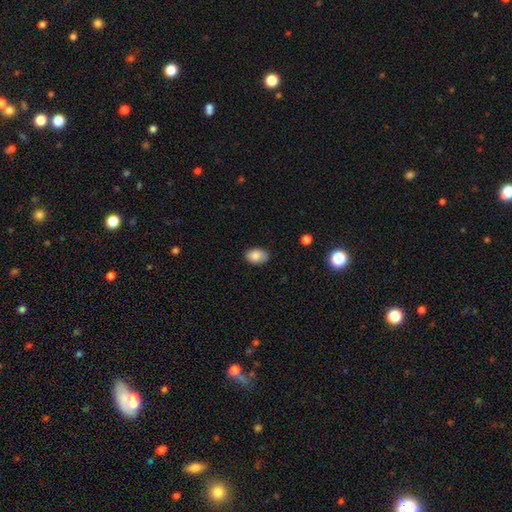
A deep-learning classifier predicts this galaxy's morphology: This is clearly a smooth galaxy (86%). How rounded: clearly in between (84%). Merging: clearly none (82%).